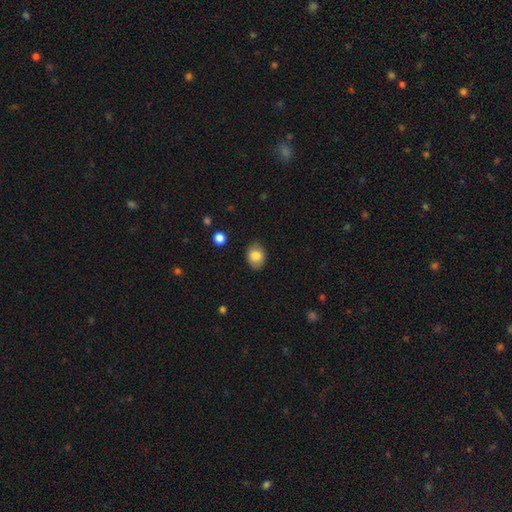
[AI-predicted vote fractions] The model was most divided on "how rounded": in between: 63%, round: 36%, cigar-shaped: 1%. More confident: merging — none (86%); smooth or featured — smooth (83%).